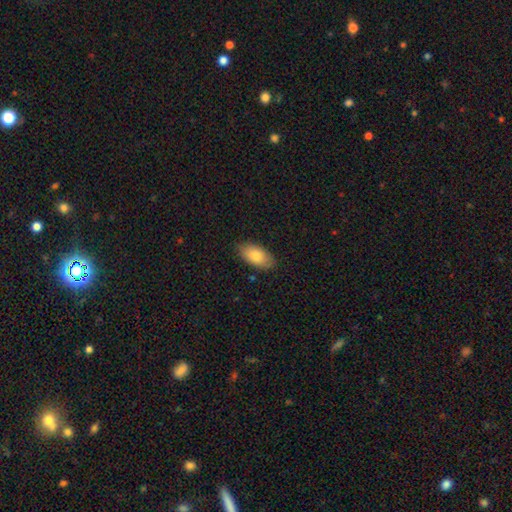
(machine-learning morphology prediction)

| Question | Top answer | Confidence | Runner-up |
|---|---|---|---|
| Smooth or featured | smooth | 81% | featured or disk (13%) |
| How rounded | in between | 93% | cigar-shaped (4%) |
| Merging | none | 85% | minor disturbance (12%) |